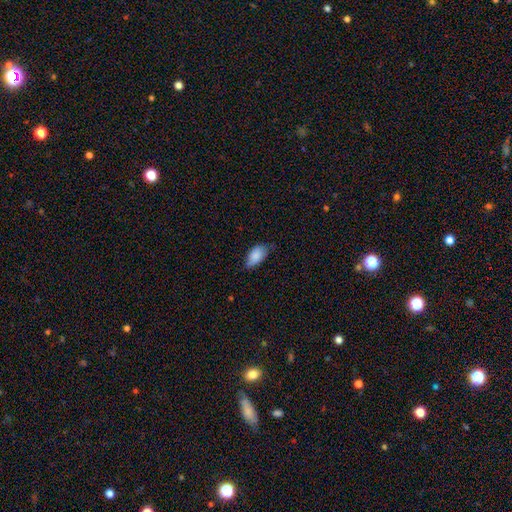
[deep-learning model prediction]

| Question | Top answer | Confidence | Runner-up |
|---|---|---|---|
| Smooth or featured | smooth | 84% | featured or disk (9%) |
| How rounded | in between | 94% | round (4%) |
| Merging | none | 60% | minor disturbance (34%) |